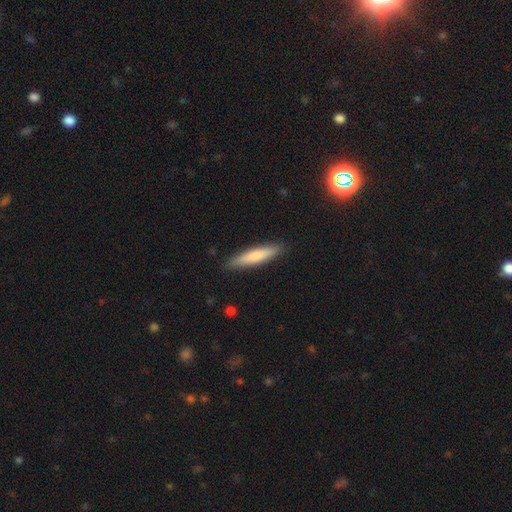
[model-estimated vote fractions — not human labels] Q: Smooth or featured?
A: smooth (76%); runner-up: featured or disk (18%)
Q: How rounded?
A: cigar-shaped (85%); runner-up: in between (13%)
Q: Merging?
A: none (89%); runner-up: minor disturbance (8%)